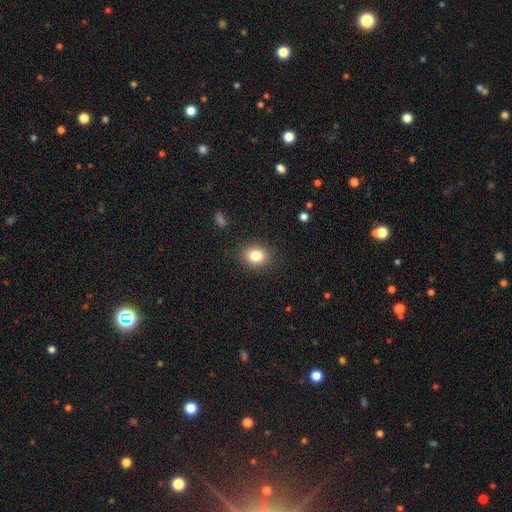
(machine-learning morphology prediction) smooth-or-featured: smooth: 82% | star or artifact: 11% | featured or disk: 7%
  how-rounded: round: 64% | in between: 35% | cigar-shaped: 1%
  merging: none: 88% | minor disturbance: 8% | major disturbance: 3% | merger: 1%